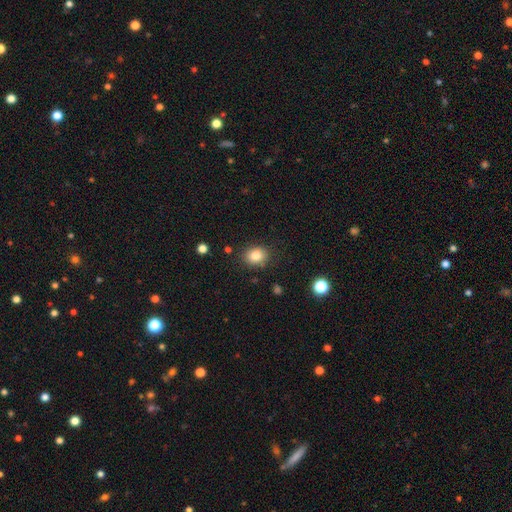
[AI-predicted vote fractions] Smooth or featured? smooth (83%)
How rounded? round (56%)
Merging? none (84%)